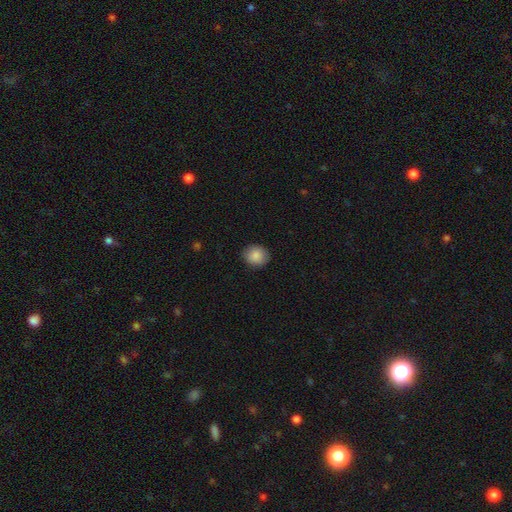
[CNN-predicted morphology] A smooth galaxy with no disk features (87%) that is round (75%).

Vote fractions:
- Smooth or featured? smooth: 87% / star or artifact: 8% / featured or disk: 5%
- How rounded? round: 75% / in between: 24% / cigar-shaped: 1%
- Merging? none: 88% / minor disturbance: 9% / major disturbance: 2% / merger: 1%